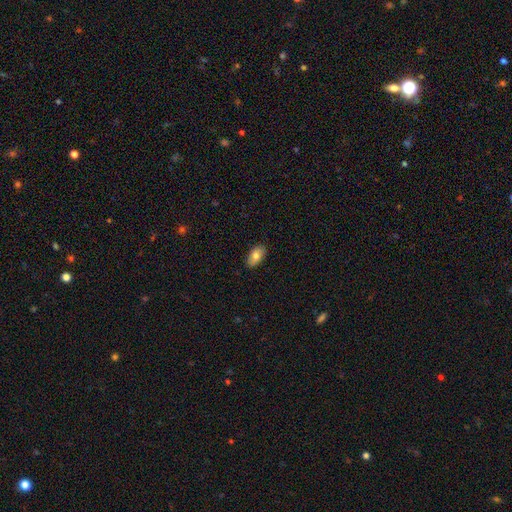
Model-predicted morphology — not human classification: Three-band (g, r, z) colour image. It shows a smooth galaxy with no disk features (78%) that is in between round and cigar-shaped (93%). Merging: none (86%).